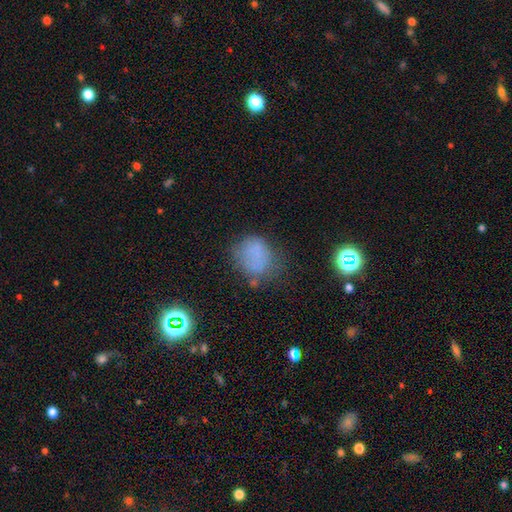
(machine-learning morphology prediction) type=smooth (63%); roundness=round (63%); merging=none (54%).